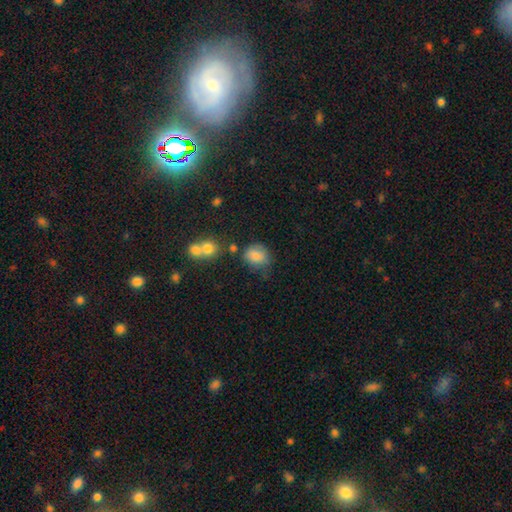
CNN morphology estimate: Smooth or featured? Predicted: smooth (p=0.81). How rounded? Predicted: round (p=0.62). Merging? Predicted: none (p=0.58).